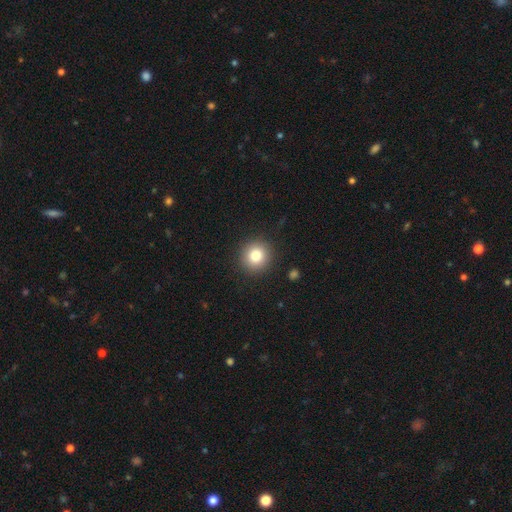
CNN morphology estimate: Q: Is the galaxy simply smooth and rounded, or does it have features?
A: smooth — 81%.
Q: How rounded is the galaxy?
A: round — 92%.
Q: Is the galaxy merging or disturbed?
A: none — 91%.